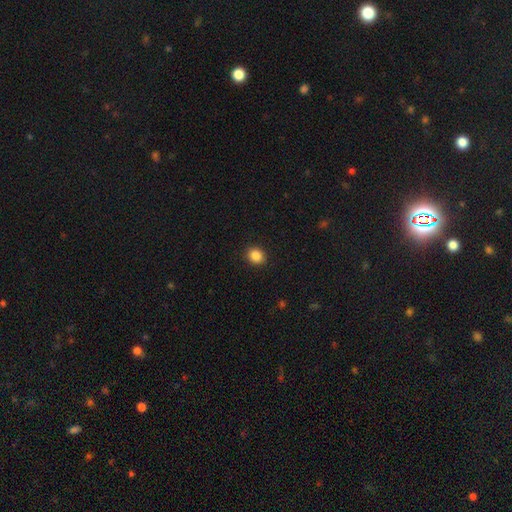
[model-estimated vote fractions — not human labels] This is clearly a smooth galaxy (87%). How rounded: likely round (65%). Merging: clearly none (91%).